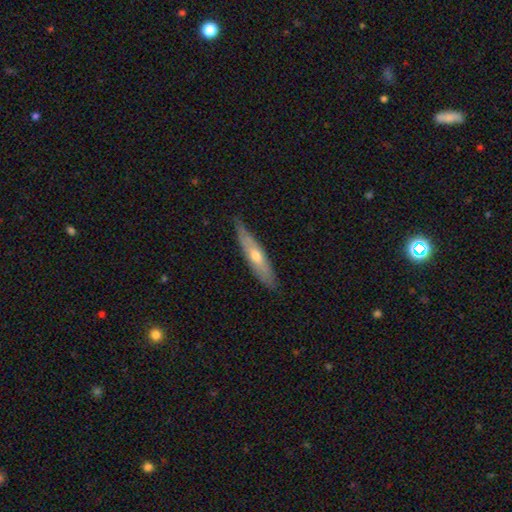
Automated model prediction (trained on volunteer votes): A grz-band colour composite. It shows a featured or disk galaxy (53%) viewed edge-on (75%). Merging: none (80%).